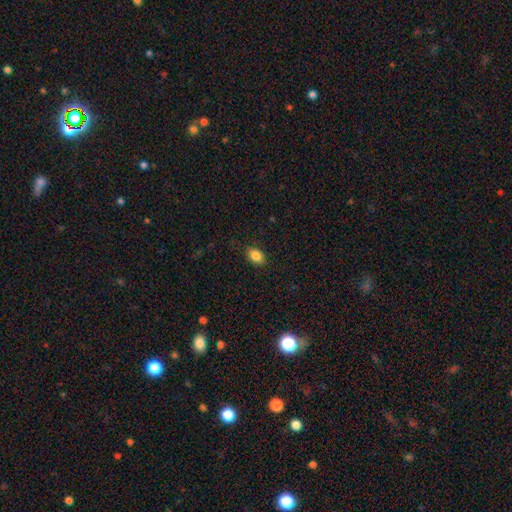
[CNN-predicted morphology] Smooth or featured? Predicted: smooth (p=0.85). How rounded? Predicted: in between (p=0.76). Merging? Predicted: none (p=0.86).